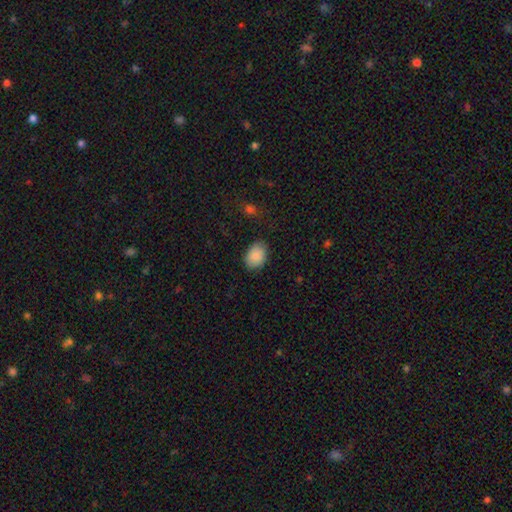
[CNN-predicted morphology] Smooth or featured?
  - smooth: 88% *
  - star or artifact: 7%
  - featured or disk: 6%
How rounded?
  - in between: 79% *
  - round: 20%
  - cigar-shaped: 1%
Merging?
  - none: 84% *
  - minor disturbance: 12%
  - major disturbance: 3%
  - merger: 1%